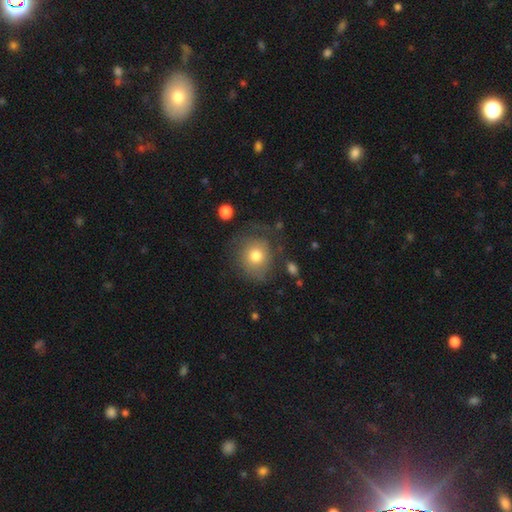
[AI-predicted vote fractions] Morphology: type=smooth (71%); roundness=round (81%); merging=none (61%).